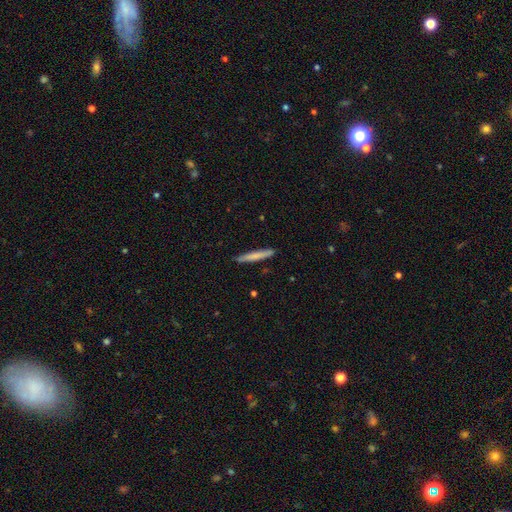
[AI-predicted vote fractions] Overall: smooth (71%). How rounded: cigar-shaped (96%). Merging: none (88%).